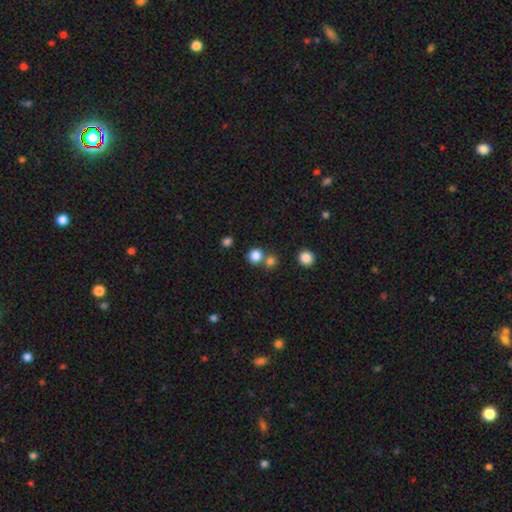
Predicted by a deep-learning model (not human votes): Smooth or featured? smooth (82%)
How rounded? round (87%)
Merging? none (65%)